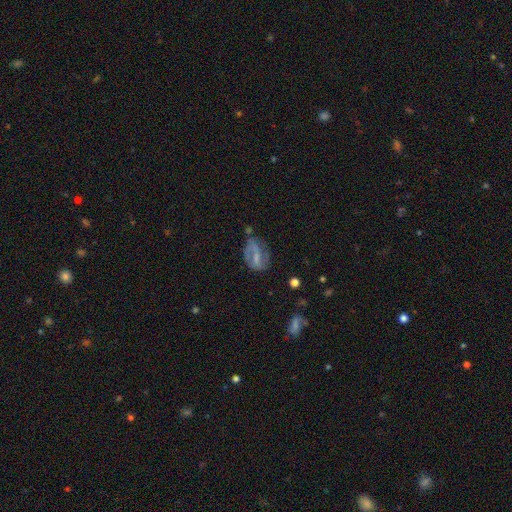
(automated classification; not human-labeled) Overall: featured or disk (65%; smooth 27%). Edge-on disk: no (96%). Bar: weak (47%; no 27%). Spiral arms: yes (79%). Bulge size: small (41%; none 29%). Merging: none (54%; minor disturbance 25%).